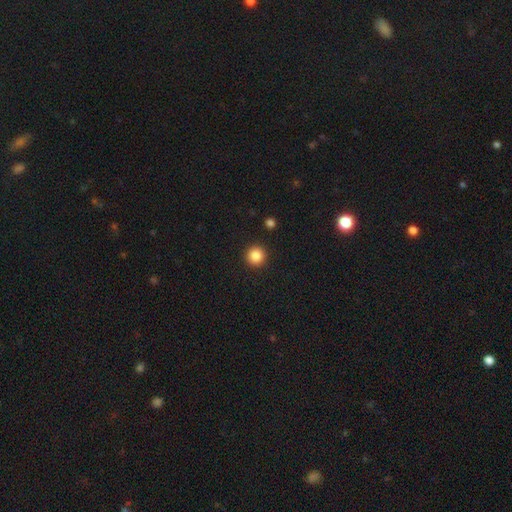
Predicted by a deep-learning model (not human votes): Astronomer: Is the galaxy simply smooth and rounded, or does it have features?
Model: smooth — 86%.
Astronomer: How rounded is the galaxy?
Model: round — 95%.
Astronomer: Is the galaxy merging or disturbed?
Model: none — 93%.